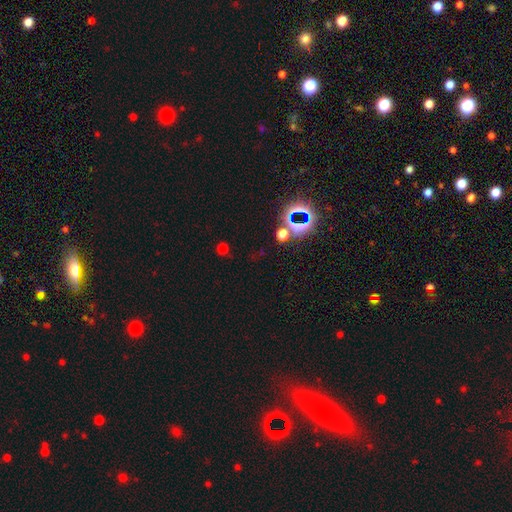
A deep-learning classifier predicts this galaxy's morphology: star or artifact 51%, smooth 39%, featured or disk 10%.